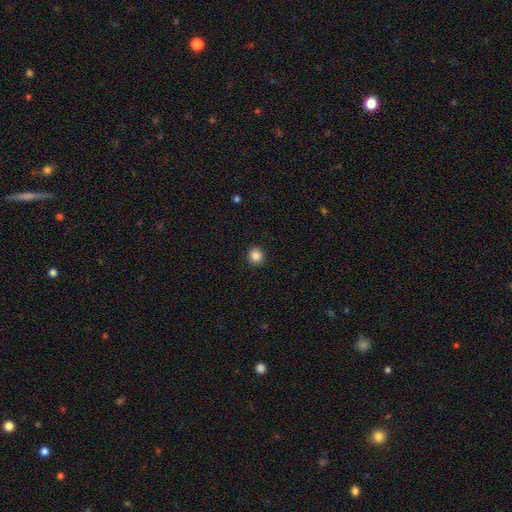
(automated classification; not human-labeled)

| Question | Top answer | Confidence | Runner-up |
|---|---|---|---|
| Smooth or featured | smooth | 86% | star or artifact (11%) |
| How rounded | round | 93% | in between (6%) |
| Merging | none | 92% | minor disturbance (5%) |